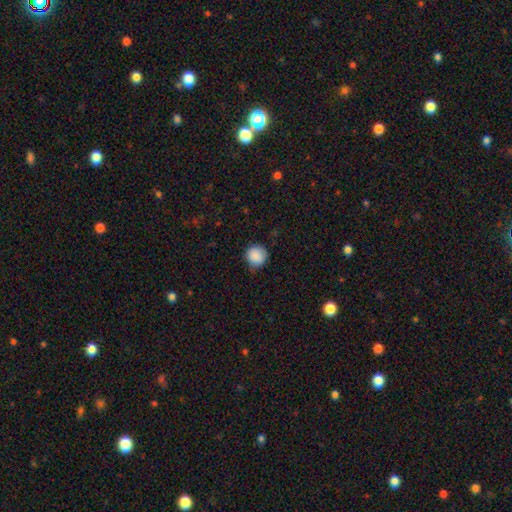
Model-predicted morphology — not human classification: smooth_or_featured: smooth (p=0.88) [alt: star or artifact p=0.08]
how_rounded: round (p=0.93) [alt: in between p=0.06]
merging: none (p=0.79) [alt: minor disturbance p=0.17]